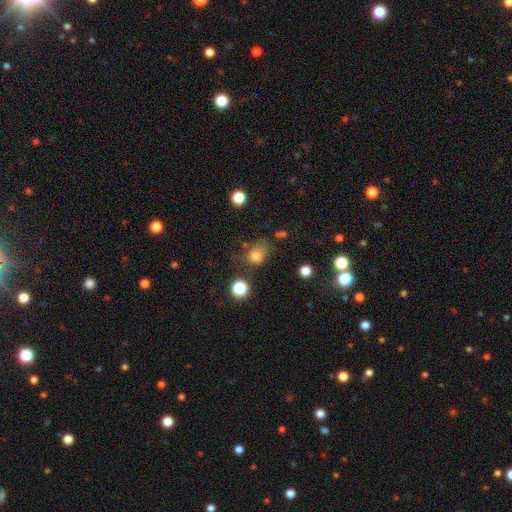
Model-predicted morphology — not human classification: Overall: smooth (77%). How rounded: round (55%; in between 44%). Merging: none (47%; minor disturbance 27%).